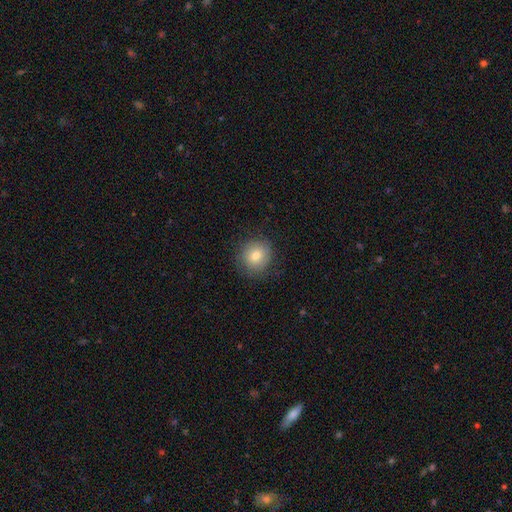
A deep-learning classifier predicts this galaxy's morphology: smooth_or_featured: smooth (p=0.76) [alt: featured or disk p=0.14]
how_rounded: round (p=0.86) [alt: in between p=0.13]
merging: none (p=0.82) [alt: minor disturbance p=0.13]